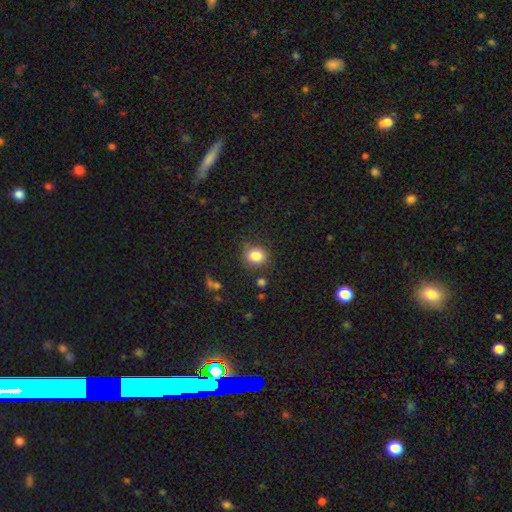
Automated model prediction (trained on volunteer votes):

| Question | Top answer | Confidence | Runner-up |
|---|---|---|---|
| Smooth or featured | smooth | 83% | star or artifact (11%) |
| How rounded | round | 77% | in between (22%) |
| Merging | none | 82% | minor disturbance (12%) |